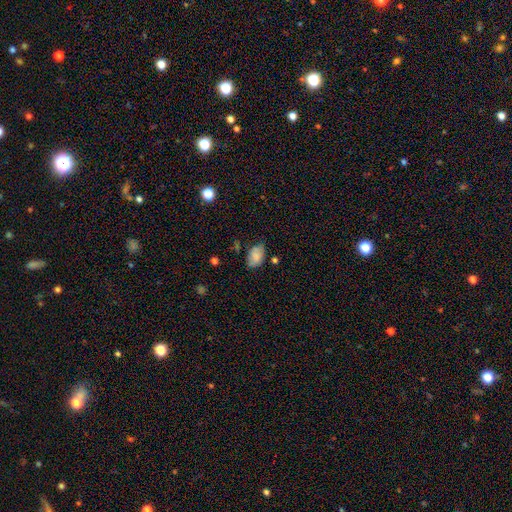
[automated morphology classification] This is likely a smooth galaxy (77%). How rounded: clearly in between (90%). Merging: likely none (64%).